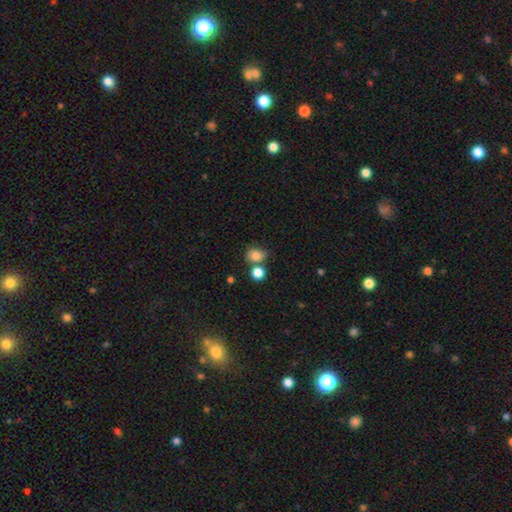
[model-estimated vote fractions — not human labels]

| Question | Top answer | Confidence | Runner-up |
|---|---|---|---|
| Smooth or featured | smooth | 82% | star or artifact (12%) |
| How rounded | round | 64% | in between (35%) |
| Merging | none | 56% | merger (25%) |